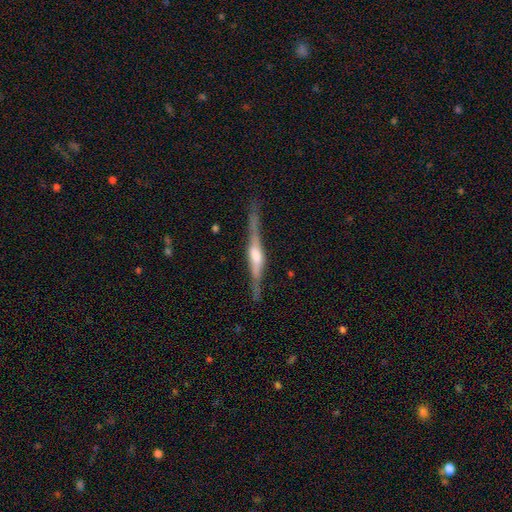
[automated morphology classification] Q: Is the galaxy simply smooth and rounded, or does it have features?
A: featured or disk — 84%.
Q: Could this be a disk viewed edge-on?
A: yes — 98%.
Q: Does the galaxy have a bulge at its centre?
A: rounded — 74%.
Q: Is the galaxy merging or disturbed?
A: none — 85%.